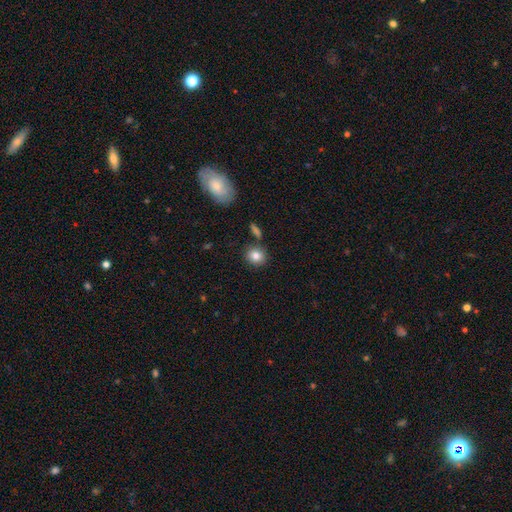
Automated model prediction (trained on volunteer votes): Smooth or featured? Predicted: smooth (p=0.83). How rounded? Predicted: round (p=0.82). Merging? Predicted: none (p=0.79).